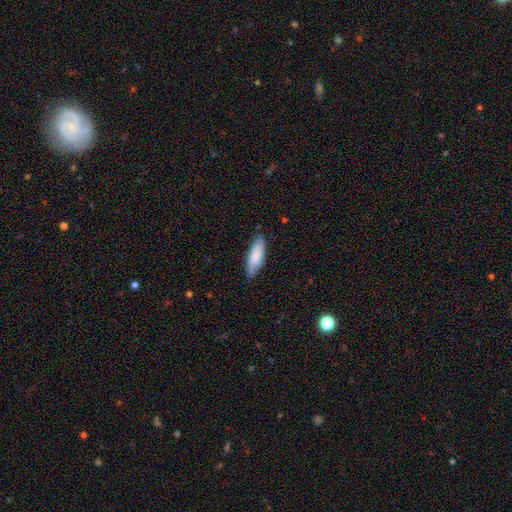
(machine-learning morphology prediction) Smooth or featured: smooth — 81% (featured or disk — 13%)
How rounded: in between — 58% (cigar-shaped — 40%)
Merging: none — 80% (minor disturbance — 17%)